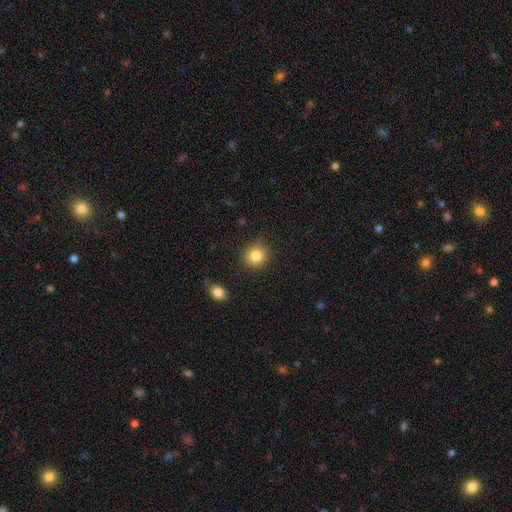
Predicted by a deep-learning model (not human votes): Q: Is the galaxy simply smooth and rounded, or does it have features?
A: smooth — 84%.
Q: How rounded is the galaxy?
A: round — 84%.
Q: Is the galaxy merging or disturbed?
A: none — 87%.